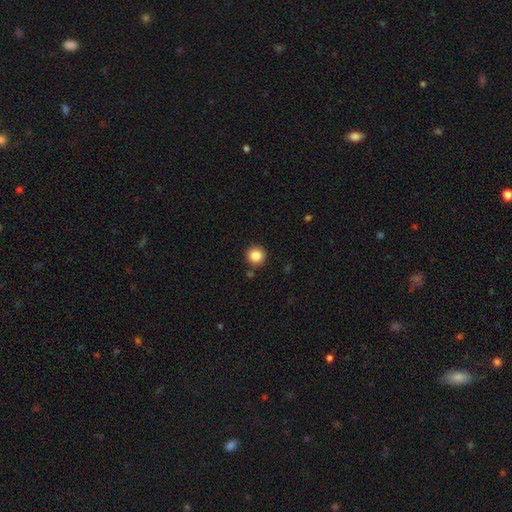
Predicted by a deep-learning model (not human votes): Overall: smooth (86%). How rounded: round (95%). Merging: none (89%).